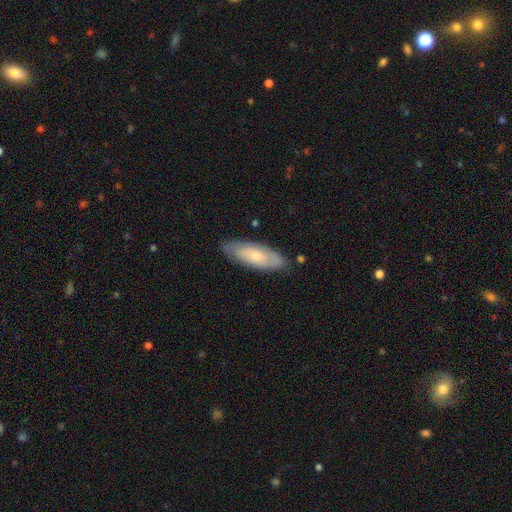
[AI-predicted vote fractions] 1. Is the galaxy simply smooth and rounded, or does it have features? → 60% smooth, 34% featured or disk, 6% star or artifact.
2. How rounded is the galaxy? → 66% in between, 32% cigar-shaped, 2% round.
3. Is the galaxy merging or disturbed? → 79% none, 16% minor disturbance, 3% major disturbance, 2% merger.